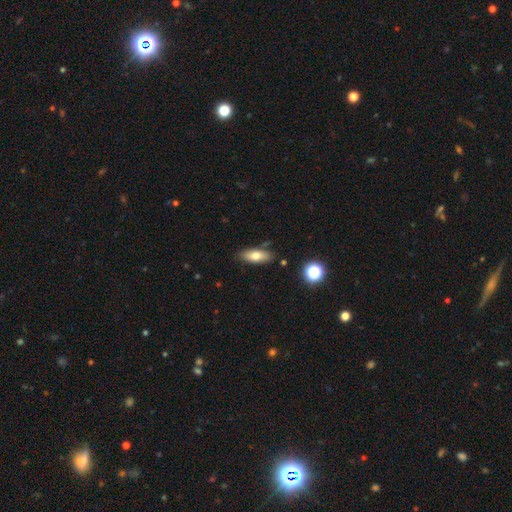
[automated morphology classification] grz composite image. It shows a smooth galaxy with no disk features (73%) that is in between round and cigar-shaped (72%). Merging: none (80%).